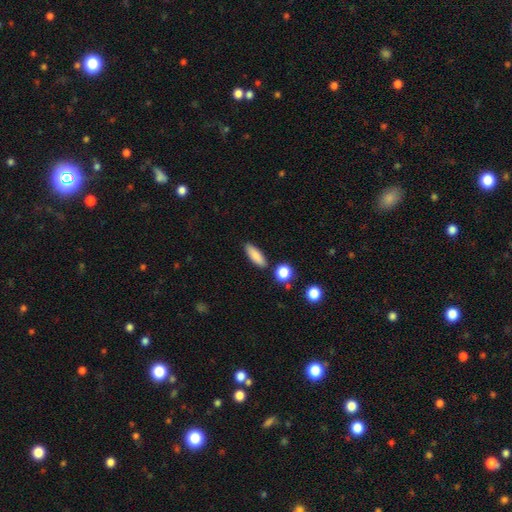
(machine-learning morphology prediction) smooth_or_featured: smooth (p=0.84) [alt: featured or disk p=0.09]
how_rounded: in between (p=0.57) [alt: cigar-shaped p=0.40]
merging: none (p=0.85) [alt: minor disturbance p=0.10]